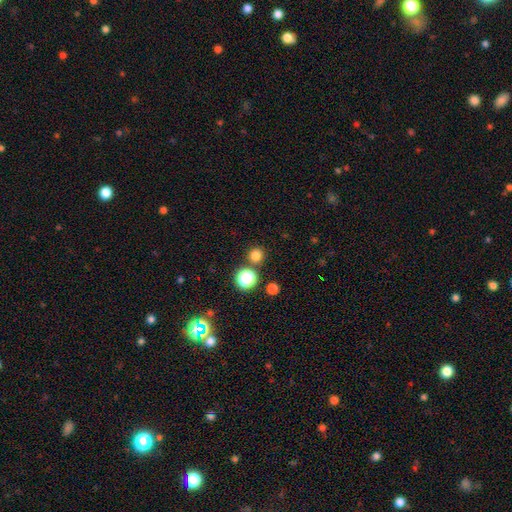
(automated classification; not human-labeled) Smooth or featured? smooth (78%)
How rounded? round (93%)
Merging? none (83%)